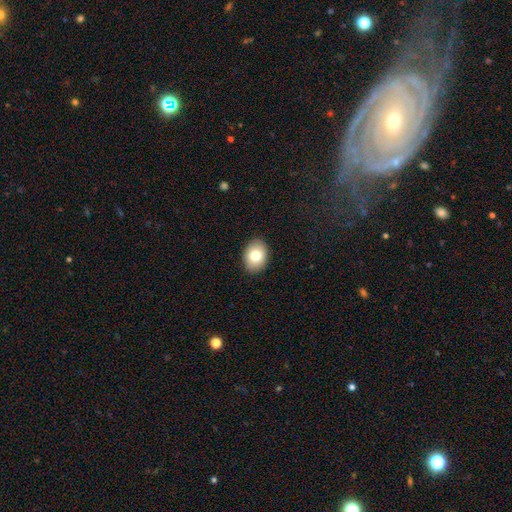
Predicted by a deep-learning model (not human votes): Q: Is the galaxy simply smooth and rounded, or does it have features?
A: smooth — 79%.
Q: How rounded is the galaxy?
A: in between — 72%.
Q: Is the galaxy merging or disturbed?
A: none — 89%.